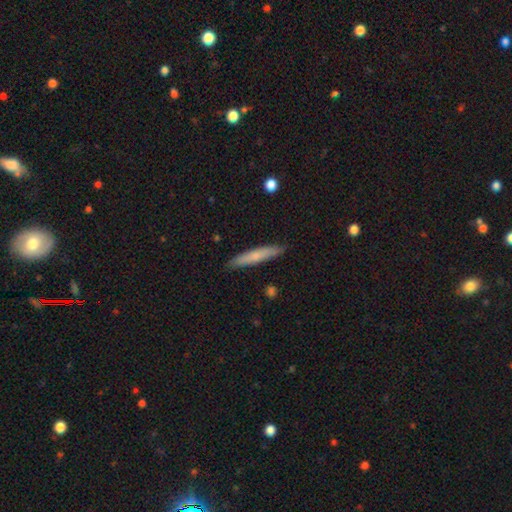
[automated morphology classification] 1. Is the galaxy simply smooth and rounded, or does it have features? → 66% smooth, 28% featured or disk, 6% star or artifact.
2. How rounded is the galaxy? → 93% cigar-shaped, 6% in between, 1% round.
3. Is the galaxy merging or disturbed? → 89% none, 8% minor disturbance, 2% major disturbance, 1% merger.